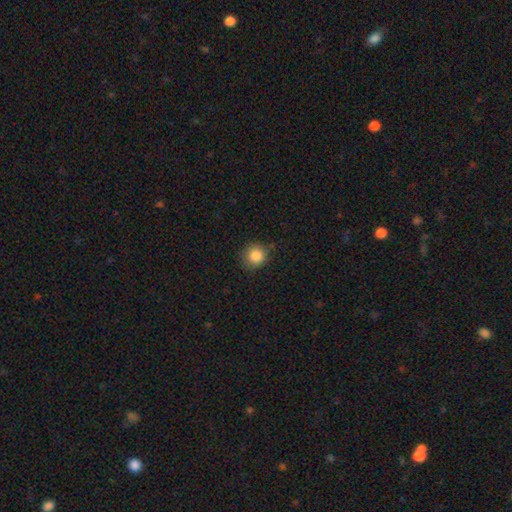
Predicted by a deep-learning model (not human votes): Morphology: type=smooth (86%); roundness=round (88%); merging=none (80%).